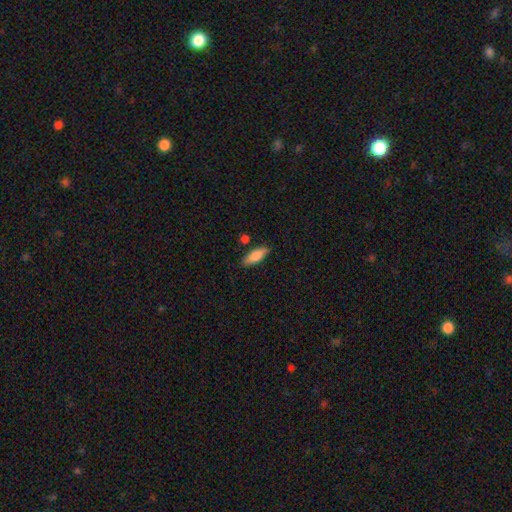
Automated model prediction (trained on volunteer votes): This is clearly a smooth galaxy (81%). How rounded: likely in between (67%). Merging: clearly none (82%).